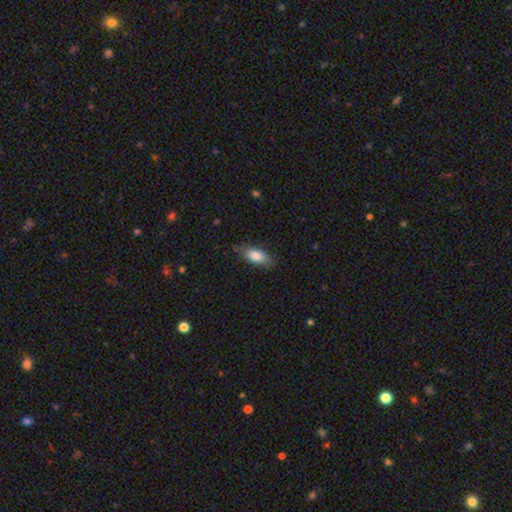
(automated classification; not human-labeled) A smooth galaxy with no disk features (81%) that is in between round and cigar-shaped (85%). Merging: none (76%).